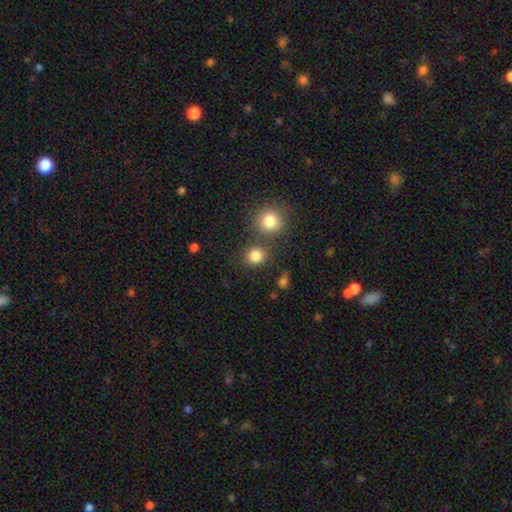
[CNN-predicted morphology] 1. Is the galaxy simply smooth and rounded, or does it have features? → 83% smooth, 12% star or artifact, 5% featured or disk.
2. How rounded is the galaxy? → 85% round, 14% in between, 1% cigar-shaped.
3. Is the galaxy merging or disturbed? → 70% none, 18% merger, 9% minor disturbance, 4% major disturbance.